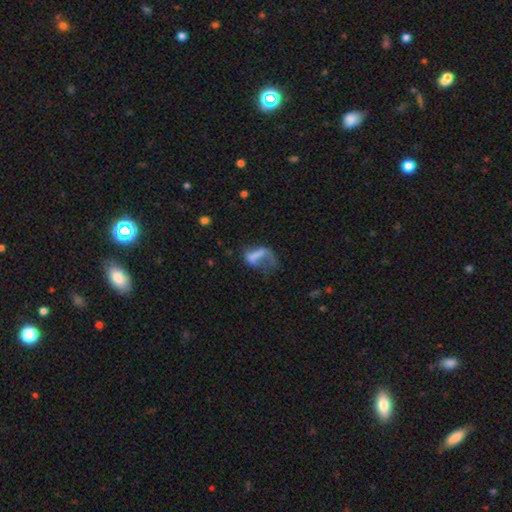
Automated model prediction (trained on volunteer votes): A smooth galaxy with no disk features (53%) that is in between round and cigar-shaped (76%).

Vote fractions:
- Smooth or featured? smooth: 53% / featured or disk: 35% / star or artifact: 12%
- How rounded? in between: 76% / cigar-shaped: 13% / round: 11%
- Merging? major disturbance: 57% / none: 20% / minor disturbance: 16% / merger: 8%